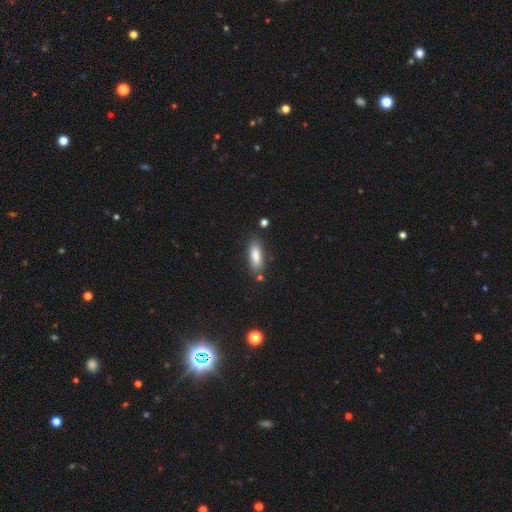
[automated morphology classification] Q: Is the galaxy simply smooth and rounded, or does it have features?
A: smooth — 84%.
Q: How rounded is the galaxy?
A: in between — 67%.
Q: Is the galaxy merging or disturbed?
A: none — 79%.